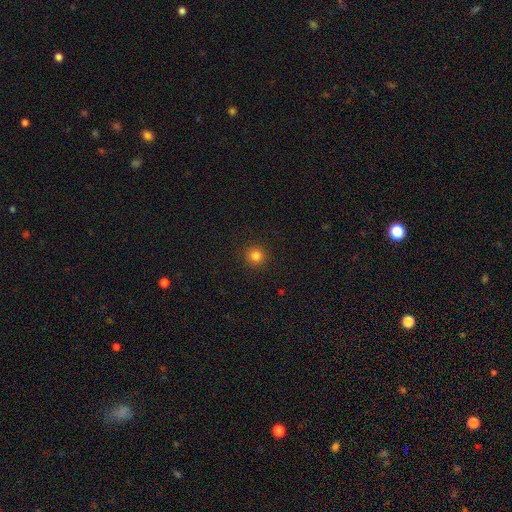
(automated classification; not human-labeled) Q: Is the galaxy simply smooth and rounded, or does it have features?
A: smooth — 82%.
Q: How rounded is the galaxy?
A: round — 94%.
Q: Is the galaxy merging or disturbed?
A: none — 92%.